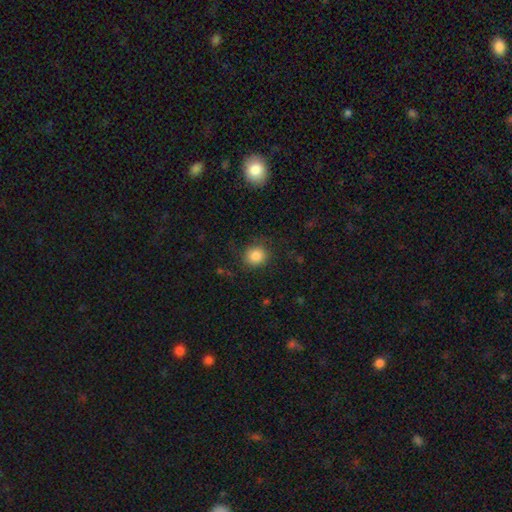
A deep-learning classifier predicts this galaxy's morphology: Q: Smooth or featured?
A: smooth (86%); runner-up: star or artifact (9%)
Q: How rounded?
A: round (85%); runner-up: in between (14%)
Q: Merging?
A: none (79%); runner-up: minor disturbance (13%)